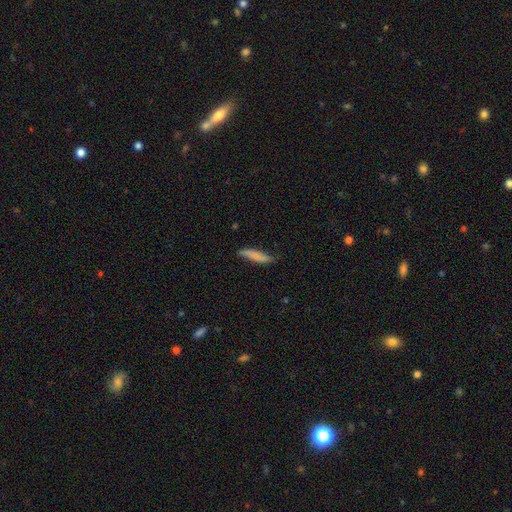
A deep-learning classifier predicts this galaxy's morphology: Q: Smooth or featured?
A: smooth (75%); runner-up: featured or disk (19%)
Q: How rounded?
A: cigar-shaped (80%); runner-up: in between (18%)
Q: Merging?
A: none (68%); runner-up: minor disturbance (25%)